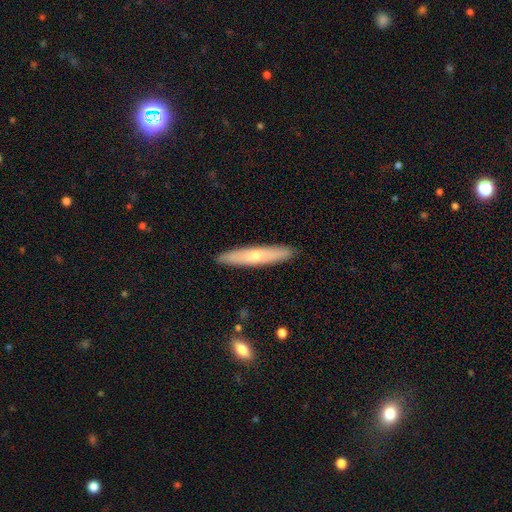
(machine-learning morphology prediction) The model was most divided on "smooth or featured": smooth: 54%, featured or disk: 40%, star or artifact: 6%. More confident: how rounded — cigar-shaped (91%); merging — none (90%).